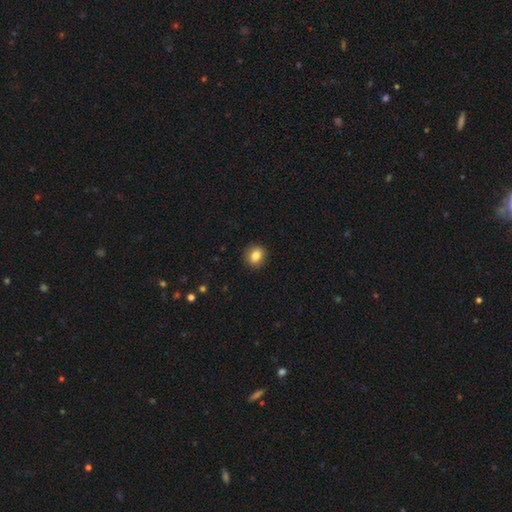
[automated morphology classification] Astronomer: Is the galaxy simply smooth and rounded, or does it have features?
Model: smooth — 84%.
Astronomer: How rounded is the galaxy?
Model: round — 71%.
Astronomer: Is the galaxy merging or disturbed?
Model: none — 91%.